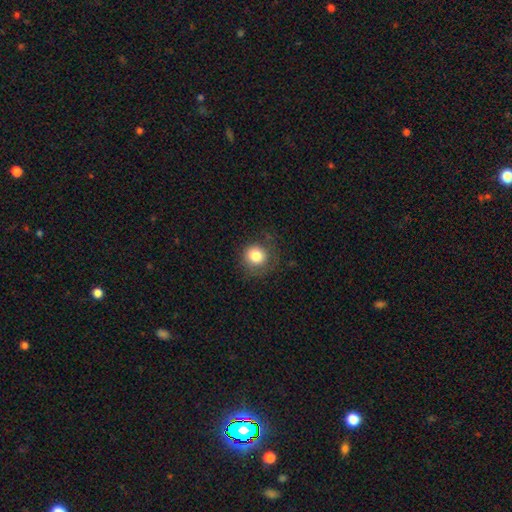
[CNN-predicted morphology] Overall: smooth (82%). How rounded: round (90%). Merging: none (72%).